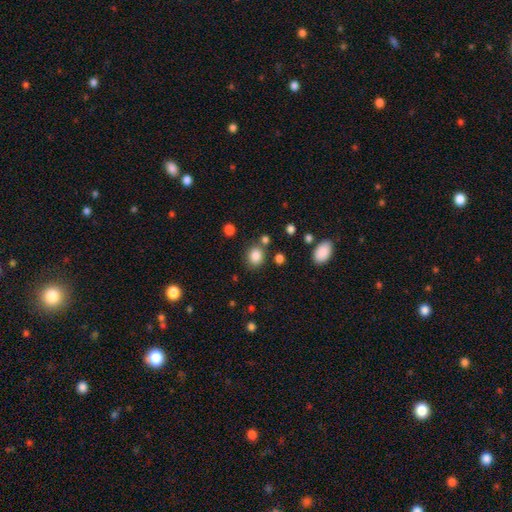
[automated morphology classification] A smooth galaxy with no disk features (84%) that is round (69%). Merging: none (77%).